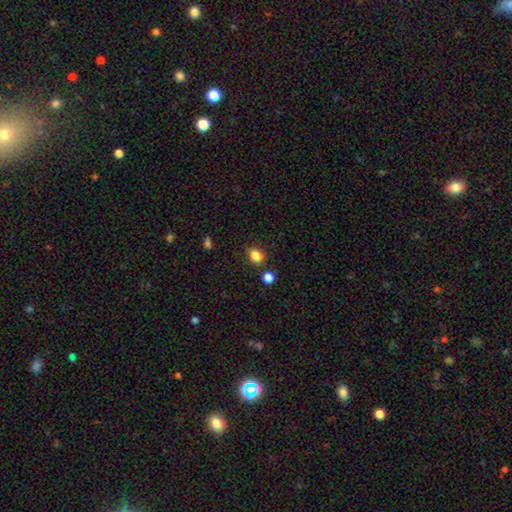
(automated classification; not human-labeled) A smooth galaxy with no disk features (85%) that is round (52%). Merging: none (79%).